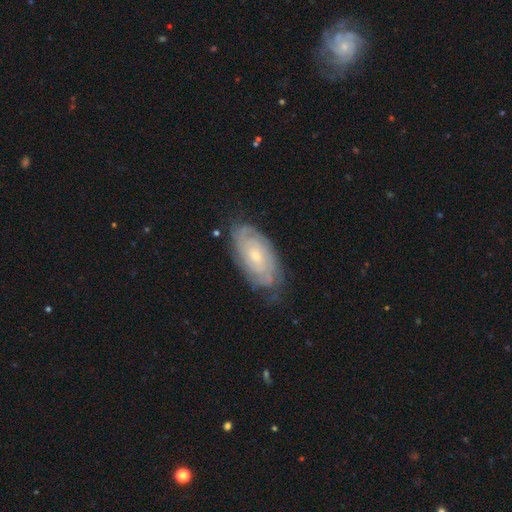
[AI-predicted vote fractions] The model was most divided on "spiral arm count": can't tell: 42%, 2: 24%, 3: 14%, 4: 10%, more than 4: 5%, 1: 4%. More confident: spiral arms — yes (94%); edge-on disk — no (94%); smooth or featured — featured or disk (80%); spiral winding — tight (77%); merging — none (75%); bar — no (74%); bulge size — small (59%).